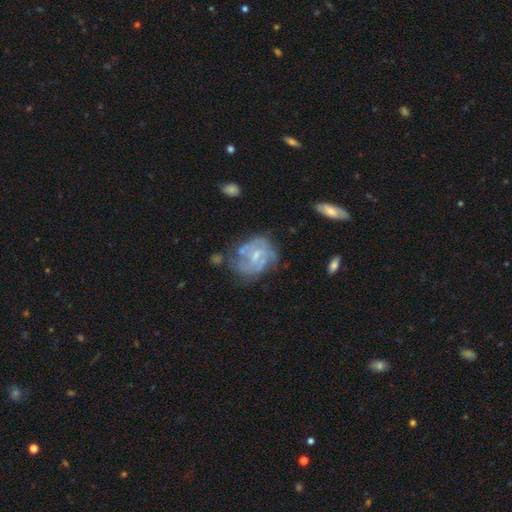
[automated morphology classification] A featured or disk galaxy (78%) with a weak bar (49%), tight (46%) spiral arms (81%) and a small central bulge (53%). Merging: none (52%).